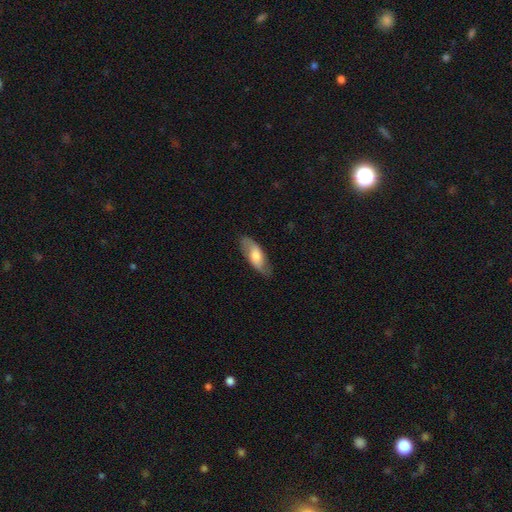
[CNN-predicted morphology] This appears to be a smooth galaxy with no disk features (56%) that is in between round and cigar-shaped (77%). Merging: none (80%).